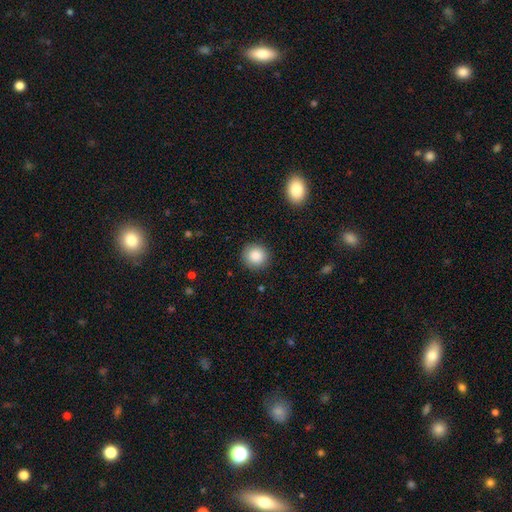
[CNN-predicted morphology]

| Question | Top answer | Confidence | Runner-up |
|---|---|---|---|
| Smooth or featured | smooth | 87% | star or artifact (8%) |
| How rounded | round | 93% | in between (6%) |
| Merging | none | 90% | minor disturbance (6%) |